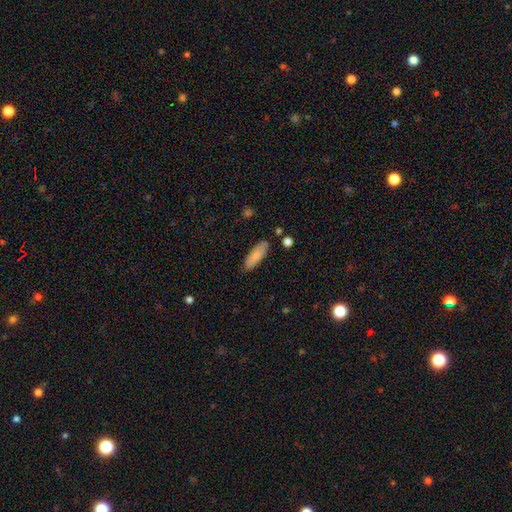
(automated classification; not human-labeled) smooth-or-featured: smooth: 83% | featured or disk: 11% | star or artifact: 6%
  how-rounded: in between: 63% | cigar-shaped: 35% | round: 2%
  merging: none: 84% | minor disturbance: 12% | major disturbance: 2% | merger: 2%